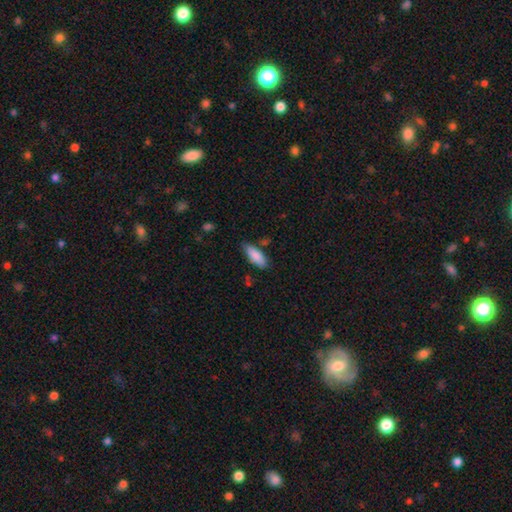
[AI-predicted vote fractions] smooth_or_featured: smooth (p=0.87) [alt: featured or disk p=0.07]
how_rounded: in between (p=0.70) [alt: cigar-shaped p=0.29]
merging: none (p=0.76) [alt: minor disturbance p=0.17]